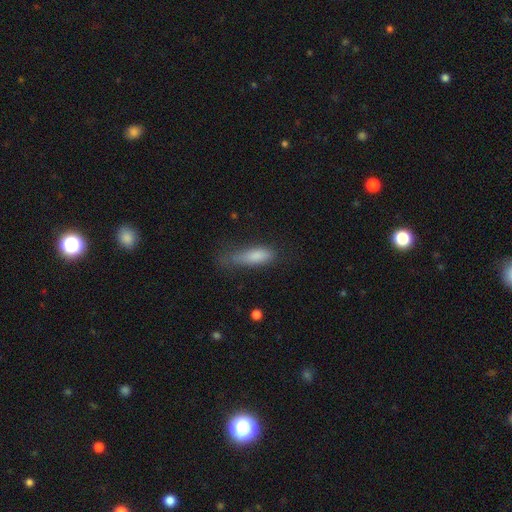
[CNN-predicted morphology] Smooth or featured?
  - smooth: 78% *
  - featured or disk: 13%
  - star or artifact: 9%
How rounded?
  - cigar-shaped: 54% *
  - in between: 44%
  - round: 2%
Merging?
  - none: 47% *
  - minor disturbance: 33%
  - major disturbance: 18%
  - merger: 2%